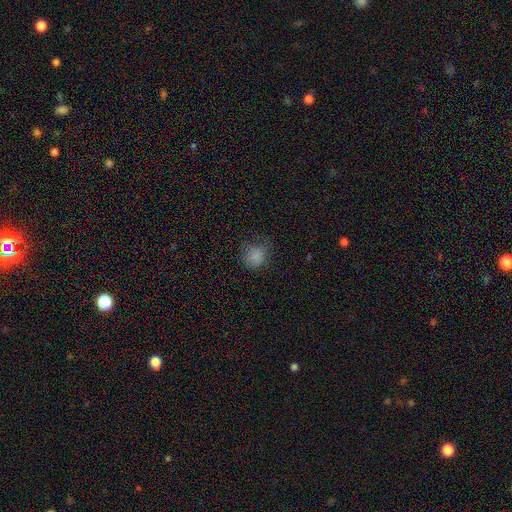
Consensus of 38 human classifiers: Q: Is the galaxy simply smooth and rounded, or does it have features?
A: smooth — 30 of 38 (79%).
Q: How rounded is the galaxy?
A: round — 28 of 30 (93%).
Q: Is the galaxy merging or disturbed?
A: none — 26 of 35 (74%).